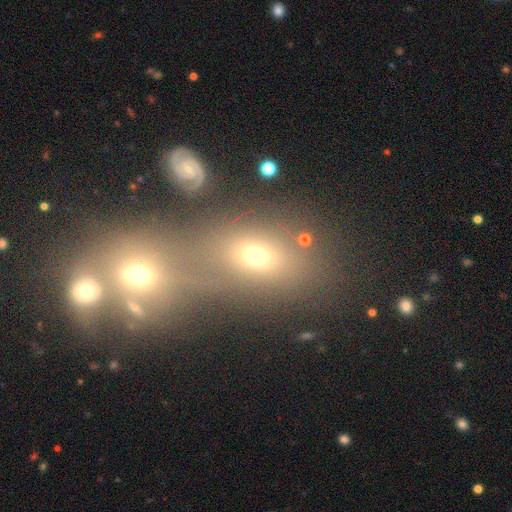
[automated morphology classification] Smooth or featured?
  - smooth: 58% *
  - star or artifact: 22%
  - featured or disk: 20%
How rounded?
  - in between: 61% *
  - round: 36%
  - cigar-shaped: 3%
Merging?
  - merger: 51% *
  - none: 34%
  - minor disturbance: 8%
  - major disturbance: 6%